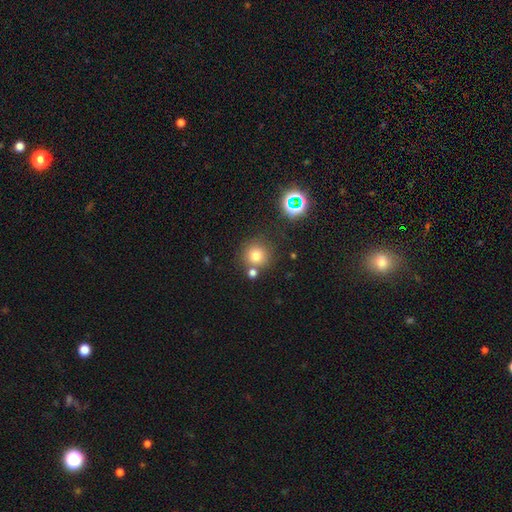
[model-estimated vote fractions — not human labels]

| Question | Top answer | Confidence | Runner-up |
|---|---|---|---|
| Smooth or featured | smooth | 74% | star or artifact (17%) |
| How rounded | round | 93% | in between (6%) |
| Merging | none | 72% | merger (15%) |